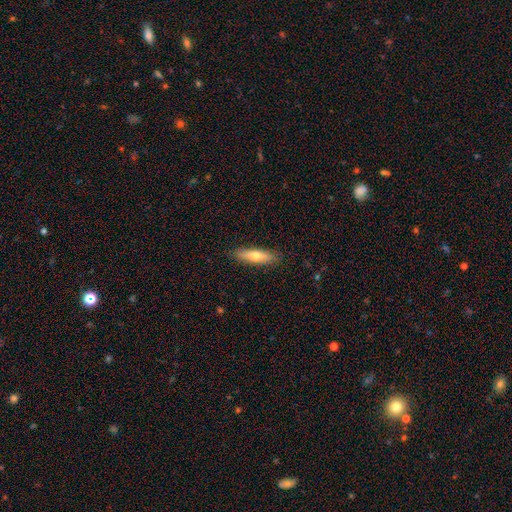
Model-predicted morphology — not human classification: smooth 65%, featured or disk 29%, star or artifact 6%. Down the decision tree: how rounded — cigar-shaped (70%); merging — none (88%).